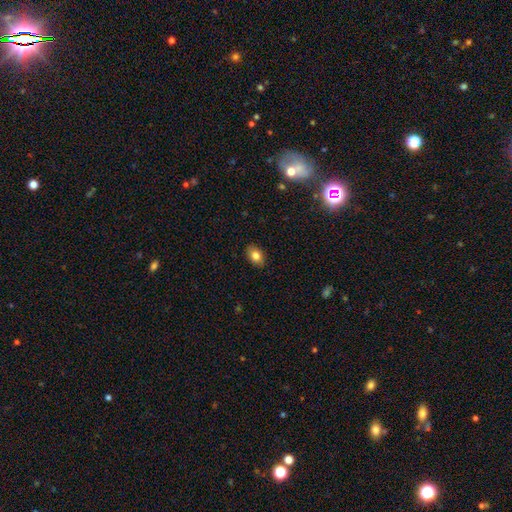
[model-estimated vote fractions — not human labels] smooth_or_featured: smooth (p=0.81) [alt: featured or disk p=0.10]
how_rounded: in between (p=0.83) [alt: round p=0.15]
merging: none (p=0.88) [alt: minor disturbance p=0.09]